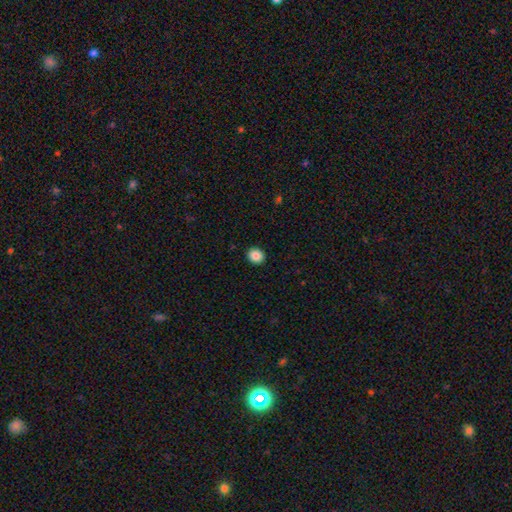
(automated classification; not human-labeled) Morphology: type=smooth (87%); roundness=round (72%); merging=none (92%).